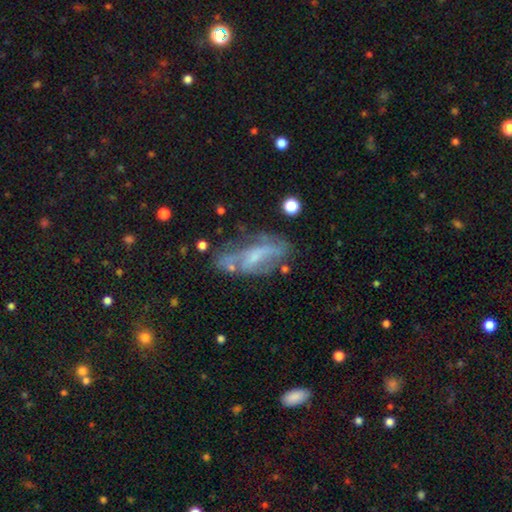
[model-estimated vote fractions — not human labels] This is likely a featured or disk galaxy (62%). It is clearly not viewed edge-on (86%). Bar: possibly no (50%). Spiral arm pattern: possibly yes (52%). Central bulge: possibly small (51%). Merging: marginally none (42%).